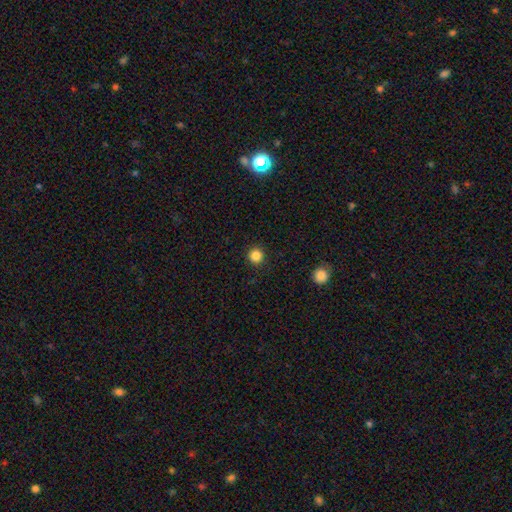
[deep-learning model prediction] Smooth or featured?
  - smooth: 84% *
  - star or artifact: 12%
  - featured or disk: 4%
How rounded?
  - round: 96% *
  - in between: 3%
  - cigar-shaped: 1%
Merging?
  - none: 92% *
  - minor disturbance: 5%
  - major disturbance: 2%
  - merger: 1%